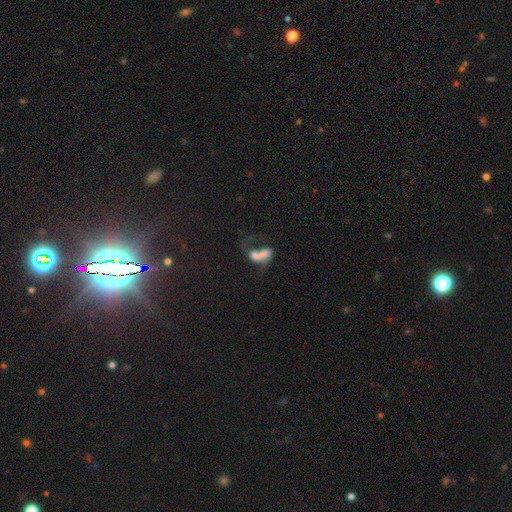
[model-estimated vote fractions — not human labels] smooth 49%, featured or disk 35%, star or artifact 16%. Down the decision tree: merging — merger (55%).